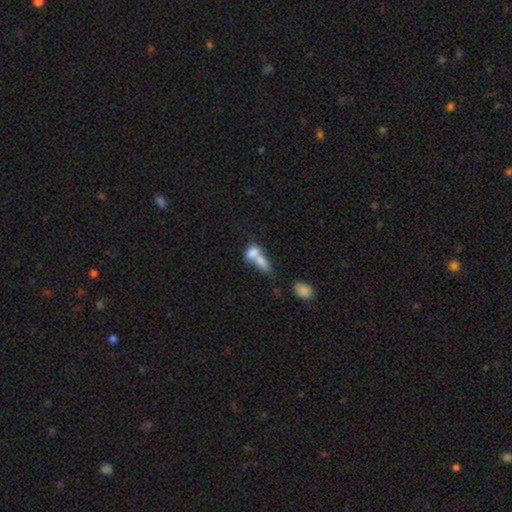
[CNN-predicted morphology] This is likely a smooth galaxy (74%). How rounded: likely in between (71%). Merging: likely merger (72%).